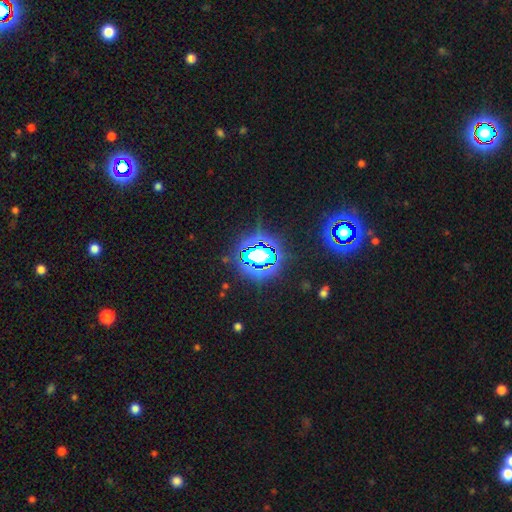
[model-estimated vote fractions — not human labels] Smooth or featured? star or artifact (82%)